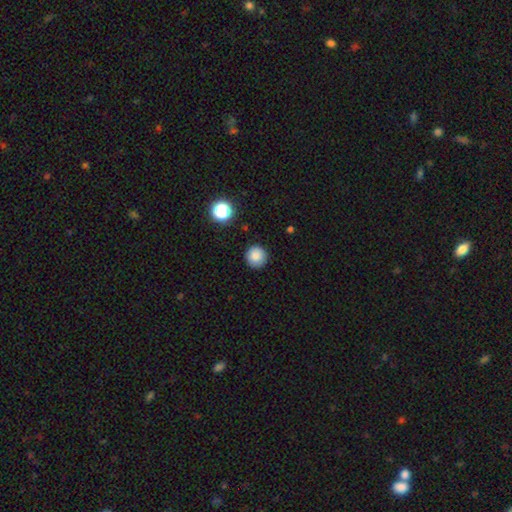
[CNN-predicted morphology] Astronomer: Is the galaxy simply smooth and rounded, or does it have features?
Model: smooth — 83%.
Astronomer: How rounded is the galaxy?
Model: round — 95%.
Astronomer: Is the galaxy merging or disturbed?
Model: none — 90%.